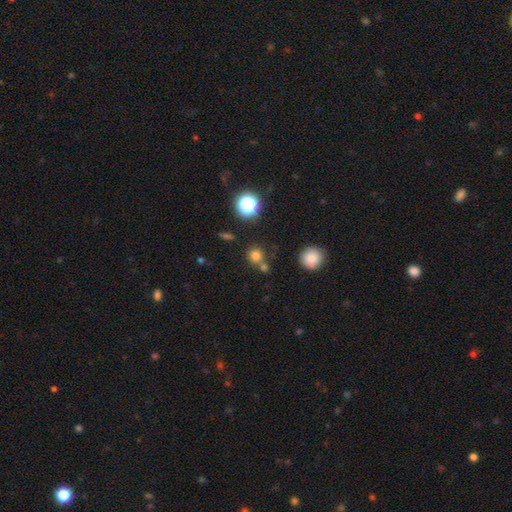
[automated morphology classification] smooth_or_featured: smooth (p=0.74) [alt: star or artifact p=0.19]
how_rounded: round (p=0.89) [alt: in between p=0.10]
merging: none (p=0.65) [alt: merger p=0.23]